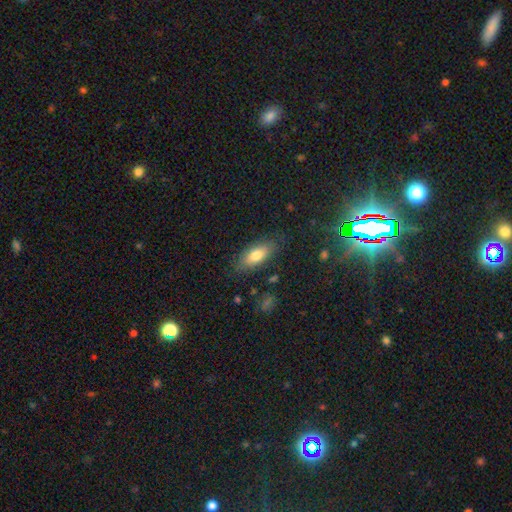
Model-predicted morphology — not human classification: Smooth or featured? Predicted: smooth (p=0.76). How rounded? Predicted: in between (p=0.80). Merging? Predicted: none (p=0.82).